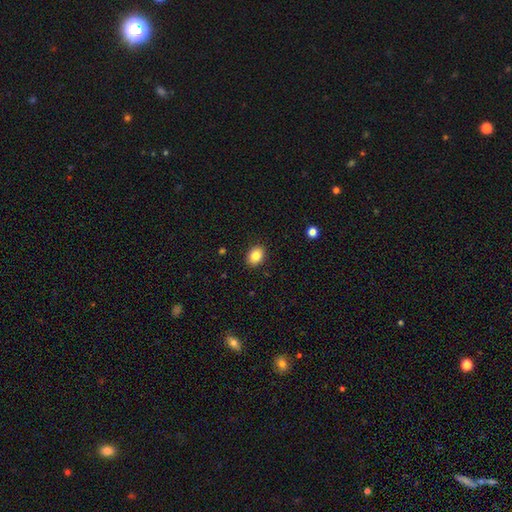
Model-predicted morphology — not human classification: A smooth galaxy with no disk features (84%) that is in between round and cigar-shaped (65%).

Vote fractions:
- Smooth or featured? smooth: 84% / star or artifact: 9% / featured or disk: 7%
- How rounded? in between: 65% / round: 34% / cigar-shaped: 1%
- Merging? none: 90% / minor disturbance: 7% / major disturbance: 2% / merger: 1%